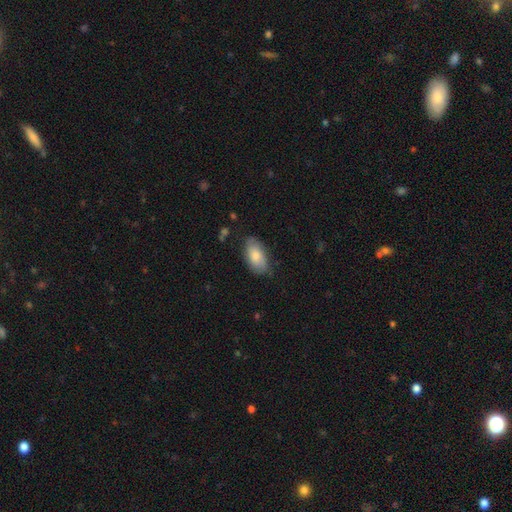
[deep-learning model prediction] Overall: smooth (77%). How rounded: in between (93%). Merging: none (75%).